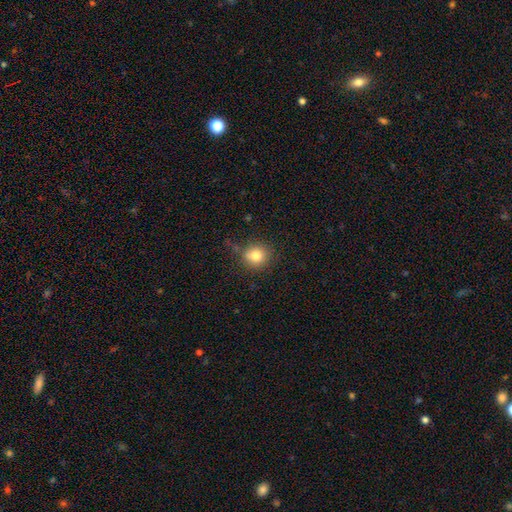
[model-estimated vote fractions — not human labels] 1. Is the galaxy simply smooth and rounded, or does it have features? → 81% smooth, 11% star or artifact, 8% featured or disk.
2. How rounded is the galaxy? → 86% round, 13% in between, 1% cigar-shaped.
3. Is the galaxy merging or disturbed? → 78% none, 14% minor disturbance, 4% merger, 4% major disturbance.